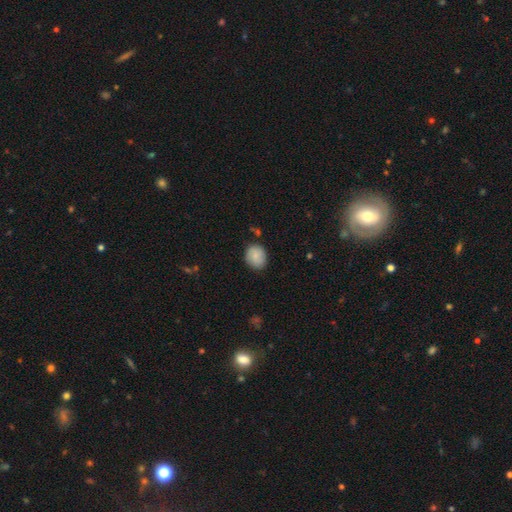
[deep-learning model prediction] This appears to be a smooth galaxy with no disk features (86%) that is round (64%). Merging: none (82%).